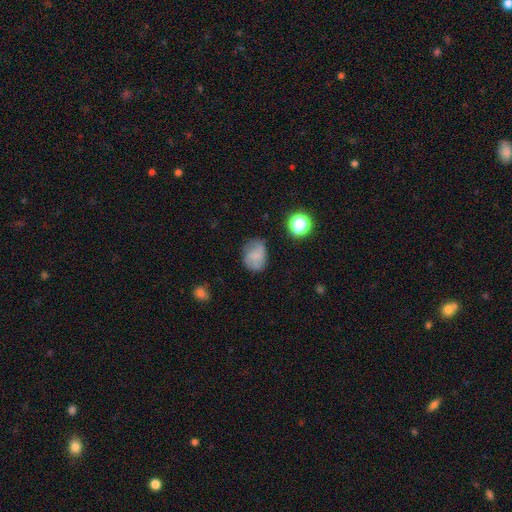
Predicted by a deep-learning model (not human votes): The model was most divided on "how rounded": in between: 58%, round: 40%, cigar-shaped: 1%. More confident: smooth or featured — smooth (66%); merging — none (61%).